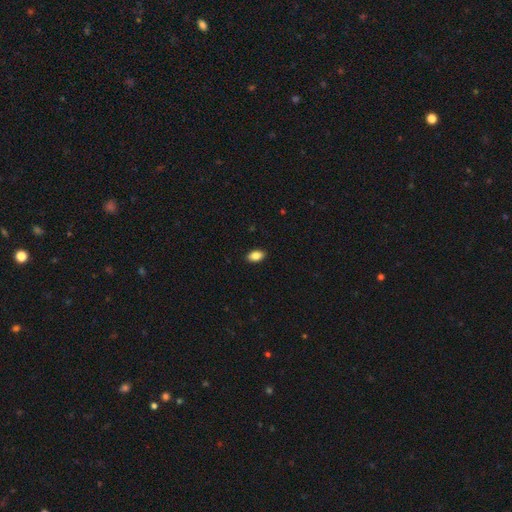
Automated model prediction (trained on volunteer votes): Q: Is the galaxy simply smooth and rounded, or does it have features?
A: smooth — 86%.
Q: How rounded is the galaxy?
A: in between — 91%.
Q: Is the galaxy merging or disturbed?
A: none — 90%.